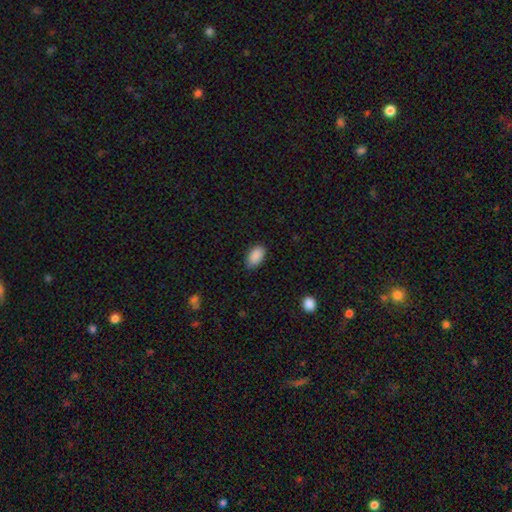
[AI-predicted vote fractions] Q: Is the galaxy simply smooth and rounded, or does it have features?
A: smooth — 90%.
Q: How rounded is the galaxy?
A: in between — 94%.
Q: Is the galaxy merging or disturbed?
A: none — 83%.